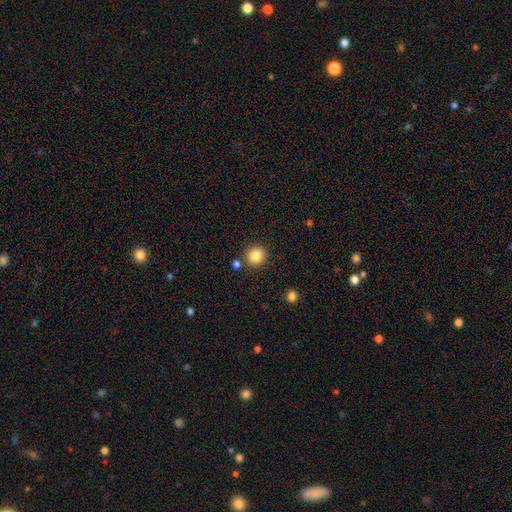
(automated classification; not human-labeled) This appears to be a smooth galaxy with no disk features (84%) that is round (90%). Merging: none (85%).